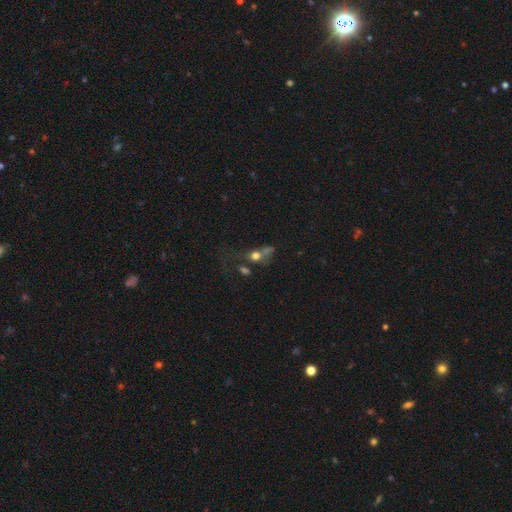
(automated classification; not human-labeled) A smooth galaxy with no disk features (58%) that is round (50%). Merging: merger (34%).